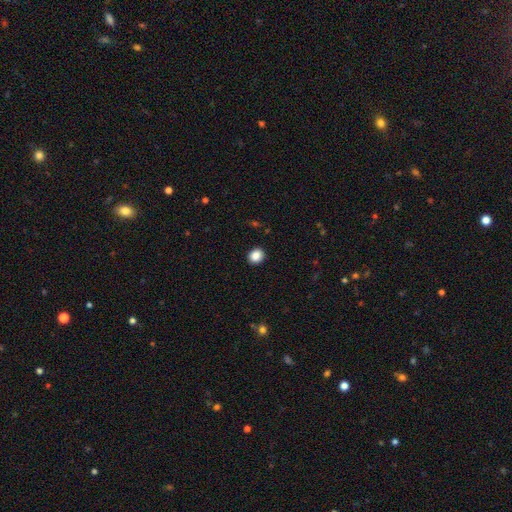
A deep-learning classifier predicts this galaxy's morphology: This appears to be a smooth galaxy with no disk features (87%) that is round (75%). Merging: none (91%).